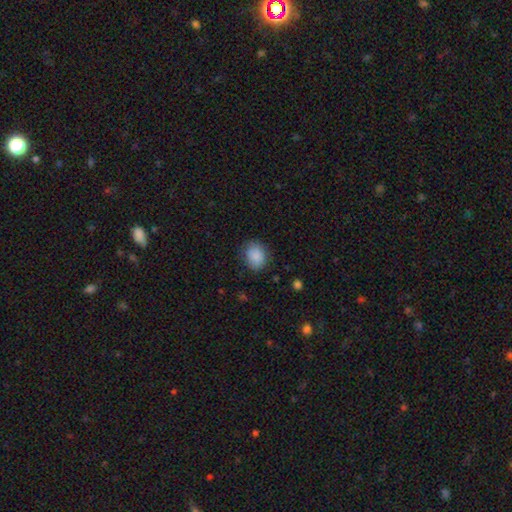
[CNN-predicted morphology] The model was most divided on "how rounded": round: 51%, in between: 48%, cigar-shaped: 1%. More confident: smooth or featured — smooth (87%); merging — none (79%).